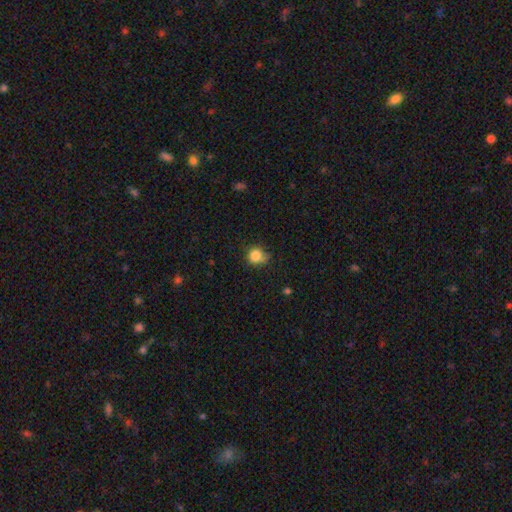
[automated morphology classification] smooth-or-featured: smooth: 83% | star or artifact: 11% | featured or disk: 6%
  how-rounded: round: 84% | in between: 15% | cigar-shaped: 1%
  merging: none: 64% | minor disturbance: 28% | major disturbance: 7% | merger: 2%